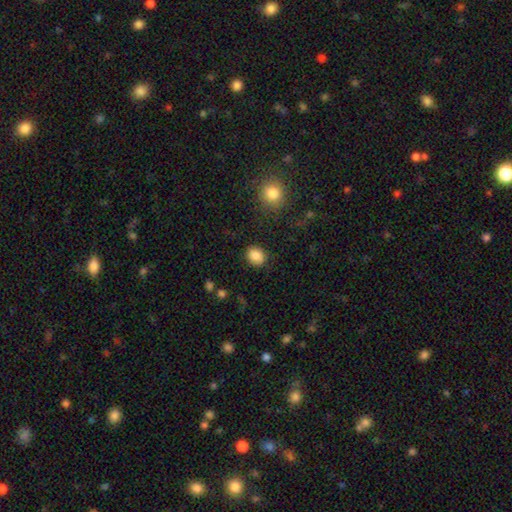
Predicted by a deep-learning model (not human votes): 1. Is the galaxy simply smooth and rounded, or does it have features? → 87% smooth, 9% star or artifact, 4% featured or disk.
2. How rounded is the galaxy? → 52% round, 47% in between, 1% cigar-shaped.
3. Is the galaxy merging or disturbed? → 85% none, 10% minor disturbance, 3% major disturbance, 2% merger.